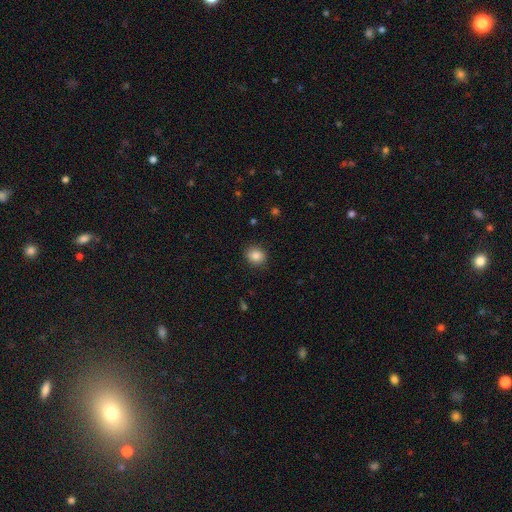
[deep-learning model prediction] smooth 86%, star or artifact 9%, featured or disk 5%. Down the decision tree: how rounded — round (69%); merging — none (87%).